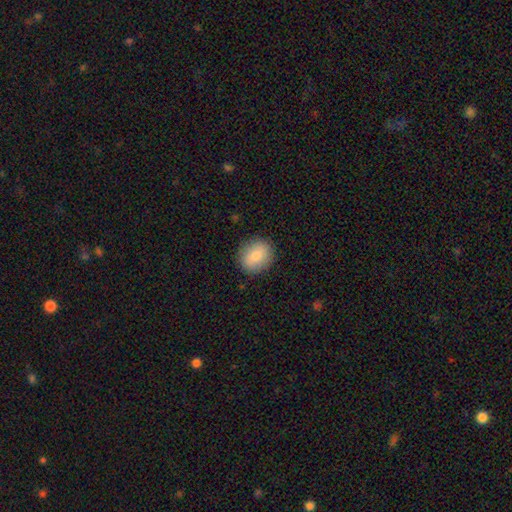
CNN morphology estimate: smooth 83%, featured or disk 9%, star or artifact 7%. Down the decision tree: how rounded — round (66%); merging — none (88%).